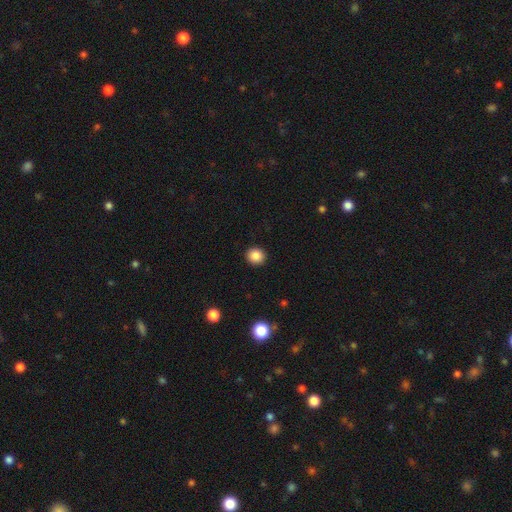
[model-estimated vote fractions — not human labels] Morphology: type=smooth (86%); roundness=round (89%); merging=none (92%).